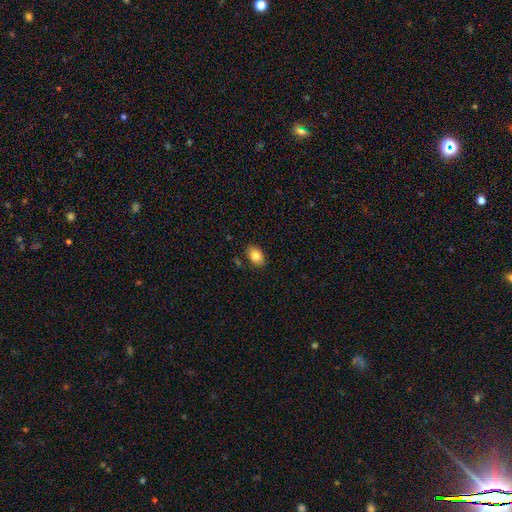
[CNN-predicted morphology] A smooth galaxy with no disk features (83%) that is in between round and cigar-shaped (79%).

Vote fractions:
- Smooth or featured? smooth: 83% / featured or disk: 9% / star or artifact: 8%
- How rounded? in between: 79% / round: 20% / cigar-shaped: 1%
- Merging? none: 84% / minor disturbance: 11% / merger: 2% / major disturbance: 2%